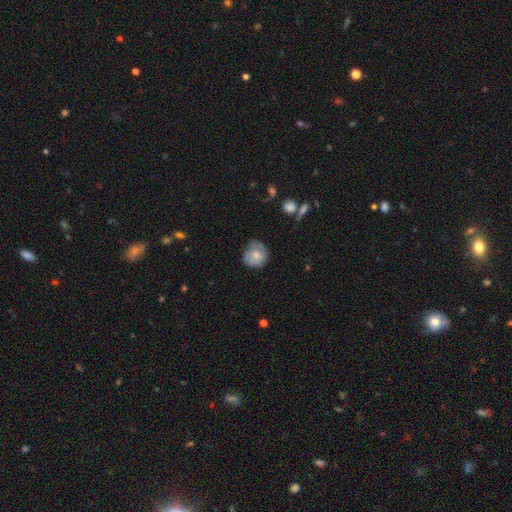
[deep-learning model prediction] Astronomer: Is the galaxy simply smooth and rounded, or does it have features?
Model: smooth — 66%.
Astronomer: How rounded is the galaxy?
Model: round — 80%.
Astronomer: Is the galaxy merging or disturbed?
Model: none — 61%.